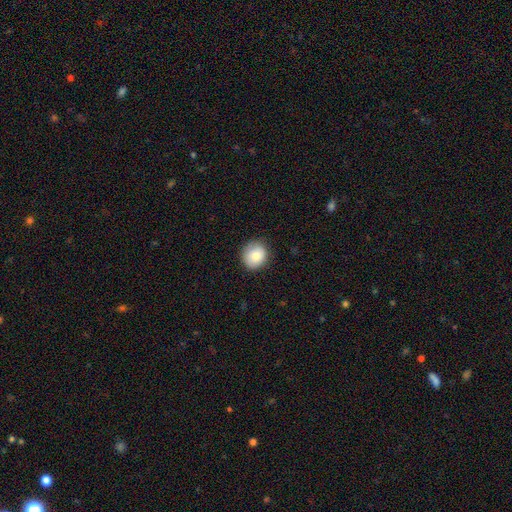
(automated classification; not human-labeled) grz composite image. It shows a smooth galaxy with no disk features (83%) that is round (82%). Merging: none (85%).